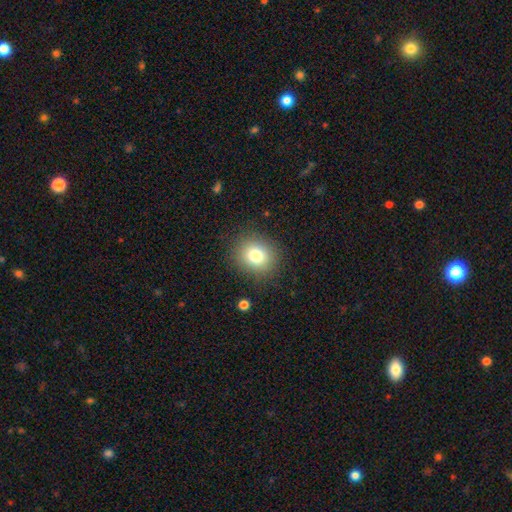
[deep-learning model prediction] Smooth or featured: smooth — 78% (star or artifact — 13%)
How rounded: round — 77% (in between — 22%)
Merging: none — 87% (minor disturbance — 9%)